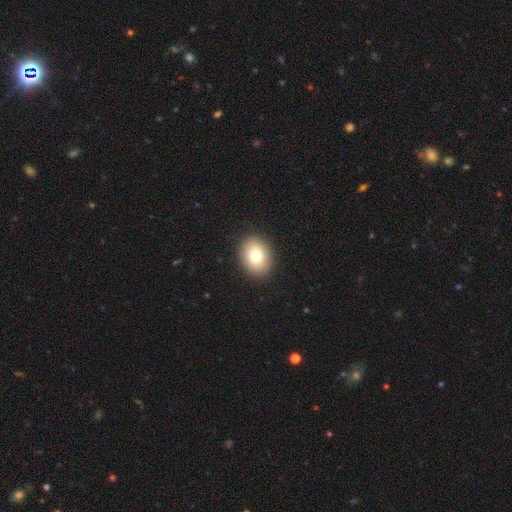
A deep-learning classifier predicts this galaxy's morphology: A smooth galaxy with no disk features (78%) that is in between round and cigar-shaped (53%). Merging: none (90%).